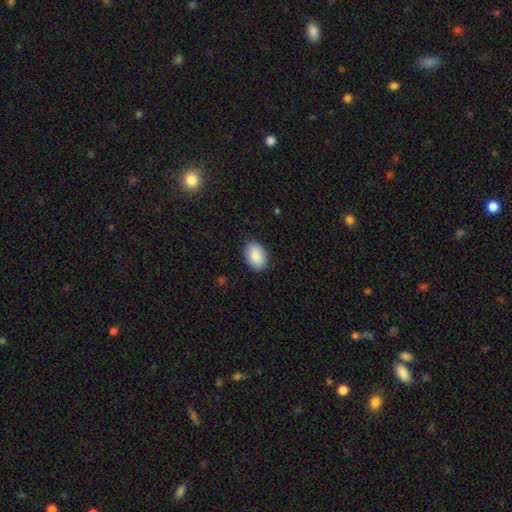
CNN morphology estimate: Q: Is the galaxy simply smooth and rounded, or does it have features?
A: smooth — 90%.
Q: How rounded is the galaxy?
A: in between — 82%.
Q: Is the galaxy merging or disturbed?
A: none — 87%.